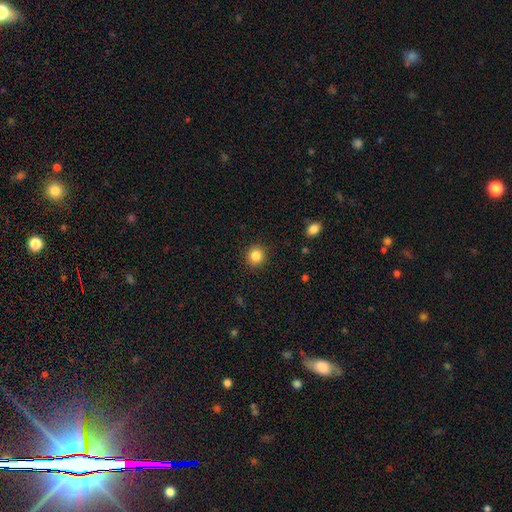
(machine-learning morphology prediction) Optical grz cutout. It shows a smooth galaxy with no disk features (85%) that is round (90%). Merging: none (90%).